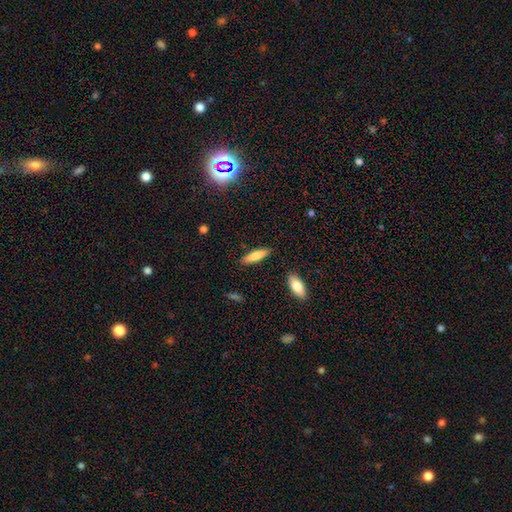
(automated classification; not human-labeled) Smooth or featured? Predicted: smooth (p=0.76). How rounded? Predicted: cigar-shaped (p=0.63). Merging? Predicted: none (p=0.87).